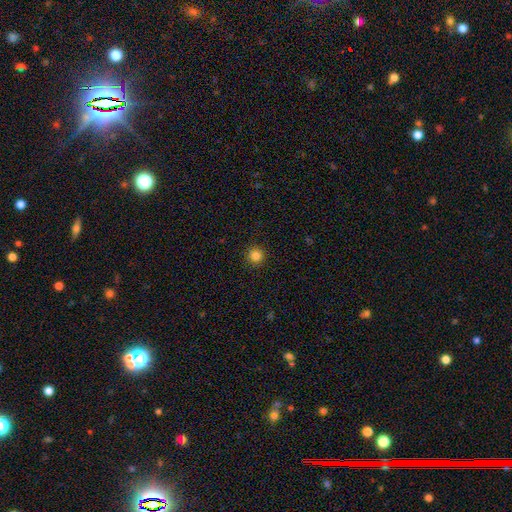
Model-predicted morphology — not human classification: This appears to be a smooth galaxy with no disk features (83%) that is round (95%). Merging: none (92%).